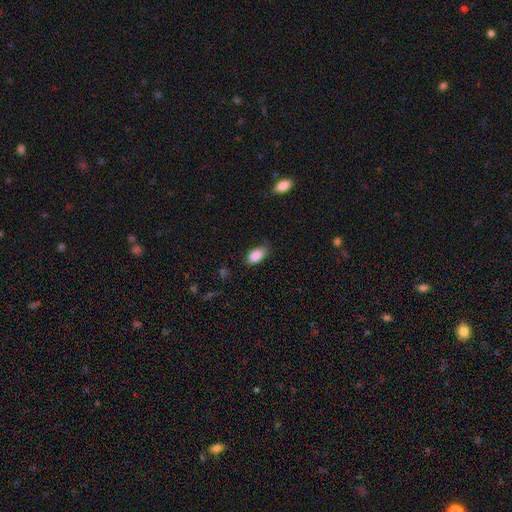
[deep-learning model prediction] Overall: smooth (87%). How rounded: in between (91%). Merging: none (73%).